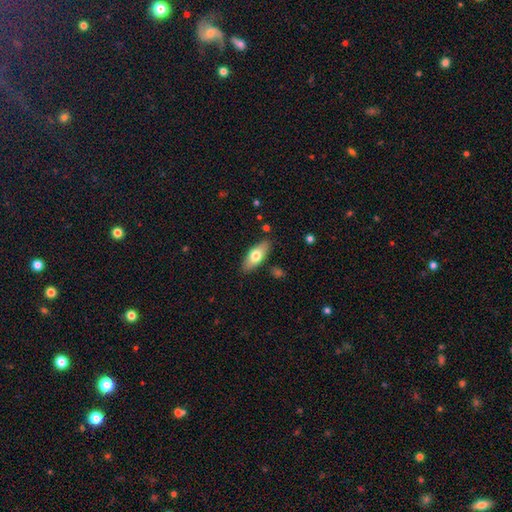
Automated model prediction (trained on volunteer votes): smooth-or-featured: smooth: 67% | featured or disk: 27% | star or artifact: 6%
  how-rounded: in between: 77% | cigar-shaped: 20% | round: 3%
  merging: none: 86% | minor disturbance: 10% | major disturbance: 2% | merger: 2%